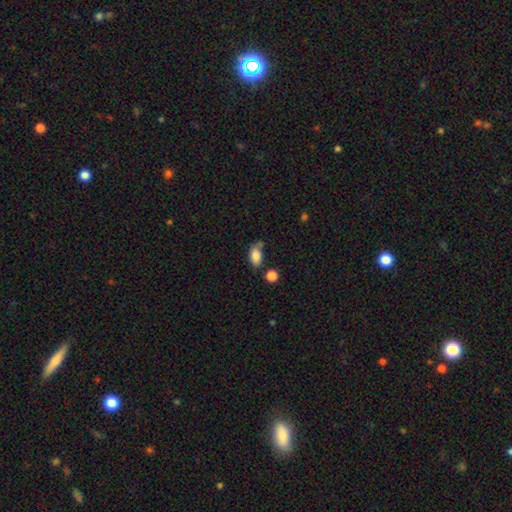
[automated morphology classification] The model was most divided on "merging": none: 58%, minor disturbance: 23%, merger: 12%, major disturbance: 7%. More confident: how rounded — in between (90%); smooth or featured — smooth (84%).